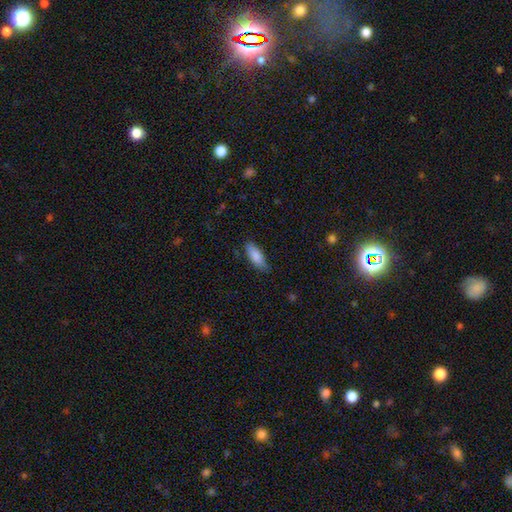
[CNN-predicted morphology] Smooth or featured: smooth — 86% (featured or disk — 8%)
How rounded: in between — 69% (cigar-shaped — 29%)
Merging: none — 79% (minor disturbance — 16%)